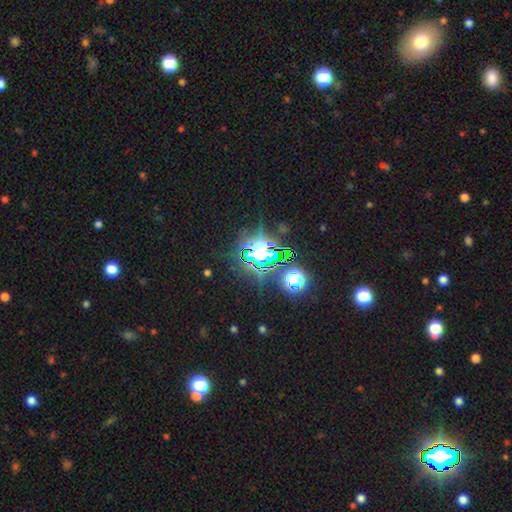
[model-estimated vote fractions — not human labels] Overall: star or artifact (73%).